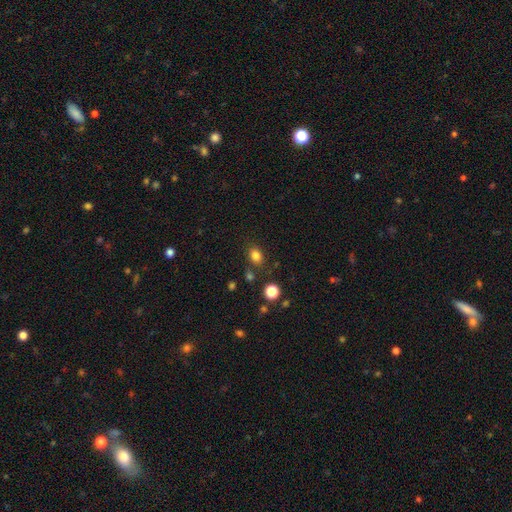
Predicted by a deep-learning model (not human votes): Smooth or featured: smooth — 82% (star or artifact — 13%)
How rounded: in between — 60% (round — 39%)
Merging: none — 78% (minor disturbance — 12%)